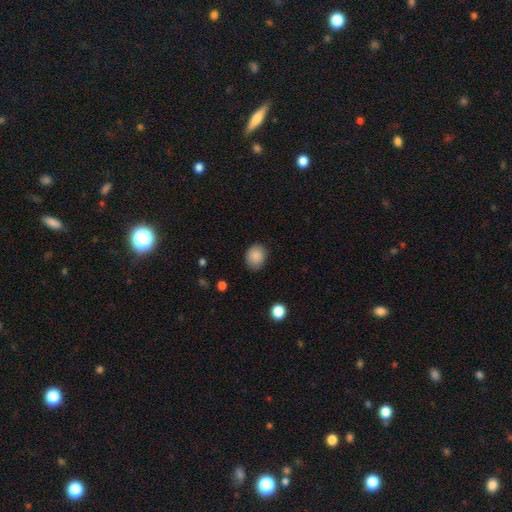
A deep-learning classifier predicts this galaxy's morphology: Smooth or featured: smooth — 87% (star or artifact — 9%)
How rounded: round — 57% (in between — 42%)
Merging: none — 83% (minor disturbance — 13%)